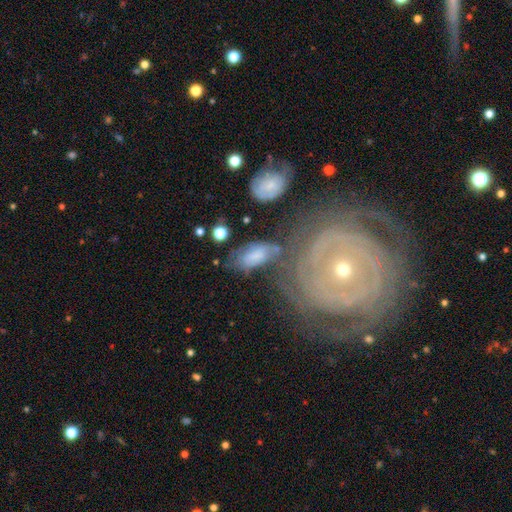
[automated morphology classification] A smooth galaxy with no disk features (53%) that is in between round and cigar-shaped (89%).

Vote fractions:
- Smooth or featured? smooth: 53% / featured or disk: 37% / star or artifact: 10%
- How rounded? in between: 89% / cigar-shaped: 6% / round: 5%
- Merging? none: 43% / minor disturbance: 25% / major disturbance: 17% / merger: 15%